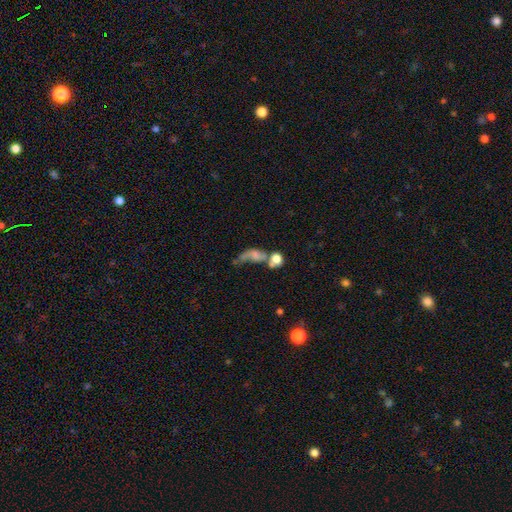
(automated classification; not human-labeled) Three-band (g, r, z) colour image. It shows a smooth galaxy with no disk features (53%) that is in between round and cigar-shaped (61%). Merging: merger (48%).